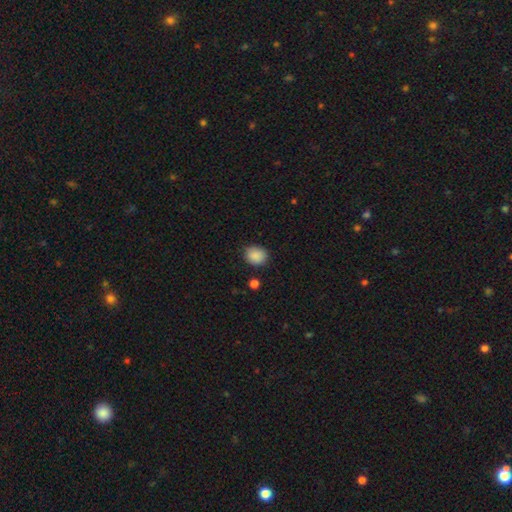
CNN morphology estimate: Smooth or featured? smooth (88%)
How rounded? round (59%)
Merging? none (84%)